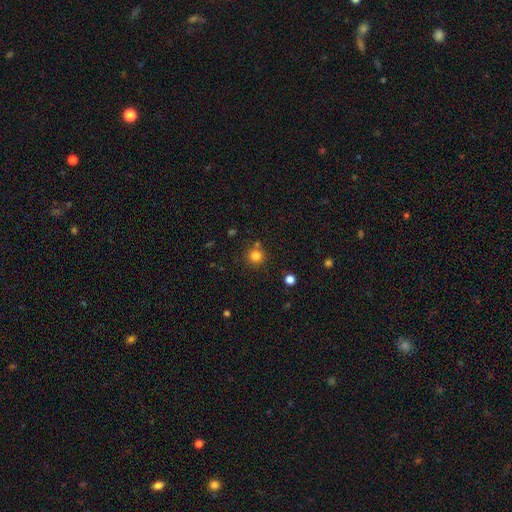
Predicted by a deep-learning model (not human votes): smooth_or_featured: smooth (p=0.81) [alt: star or artifact p=0.13]
how_rounded: round (p=0.93) [alt: in between p=0.06]
merging: none (p=0.79) [alt: merger p=0.09]